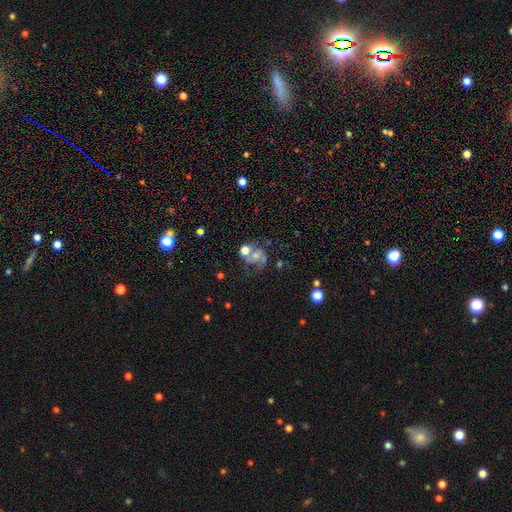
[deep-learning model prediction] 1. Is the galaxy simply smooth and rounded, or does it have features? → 56% featured or disk, 29% smooth, 15% star or artifact.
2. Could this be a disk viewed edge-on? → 98% no, 2% yes.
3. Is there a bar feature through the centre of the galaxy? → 62% no, 29% weak, 9% strong.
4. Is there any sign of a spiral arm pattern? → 75% yes, 25% no.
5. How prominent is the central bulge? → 46% moderate, 31% small, 12% none, 8% large, 2% dominant.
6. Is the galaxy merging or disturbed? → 36% none, 28% merger, 19% major disturbance, 17% minor disturbance.